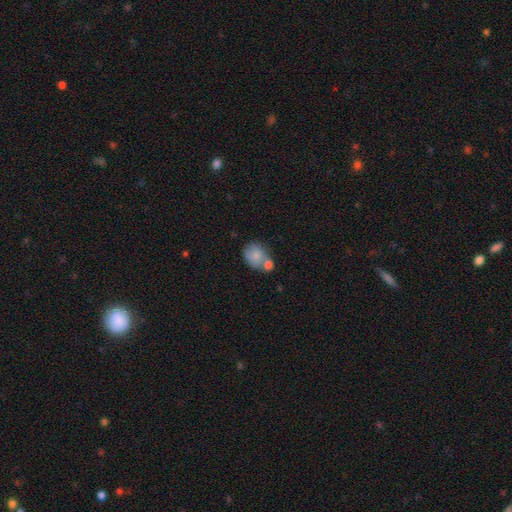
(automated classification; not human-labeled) smooth 79%, featured or disk 14%, star or artifact 7%. Down the decision tree: how rounded — in between (56%); merging — merger (39%).